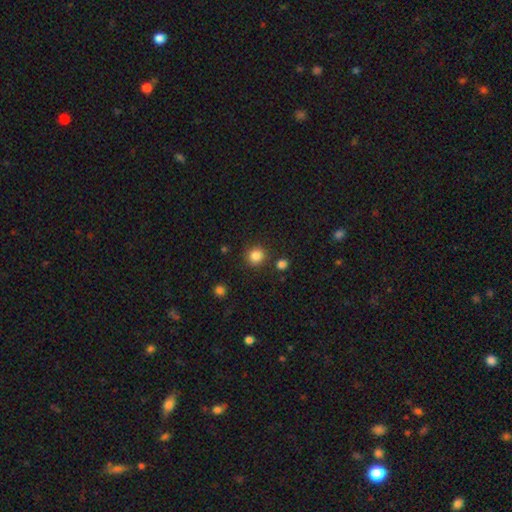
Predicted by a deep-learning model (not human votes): The model was most divided on "smooth or featured": smooth: 84%, star or artifact: 12%, featured or disk: 4%. More confident: how rounded — round (90%); merging — none (86%).